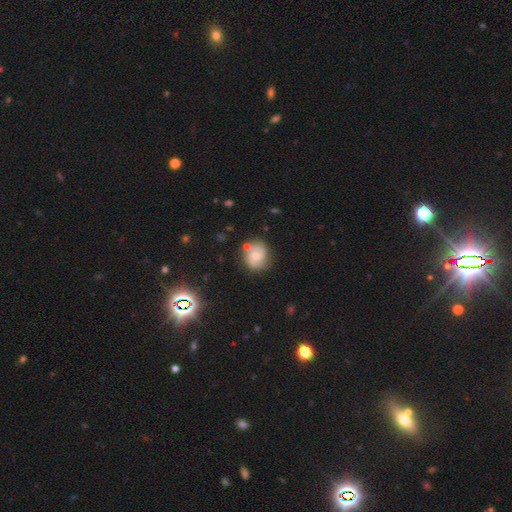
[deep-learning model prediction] Smooth or featured: featured or disk — 57% (smooth — 33%)
Edge-on disk: no — 97% (yes — 3%)
Bar: no — 68% (weak — 28%)
Spiral arms: yes — 86% (no — 14%)
Bulge size: moderate — 48% (small — 43%)
Merging: none — 67% (minor disturbance — 20%)